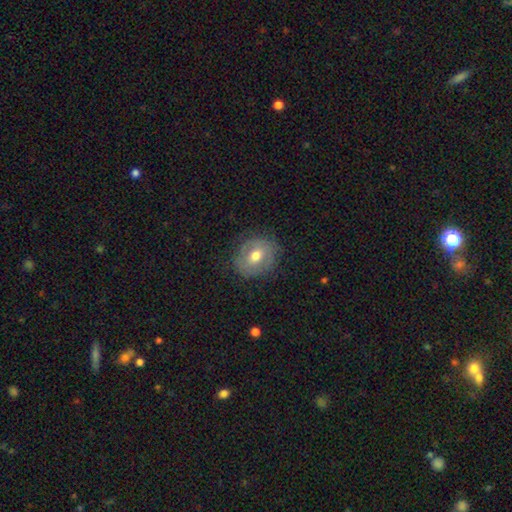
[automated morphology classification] smooth 51%, featured or disk 40%, star or artifact 8%. Down the decision tree: how rounded — round (67%); merging — none (76%).